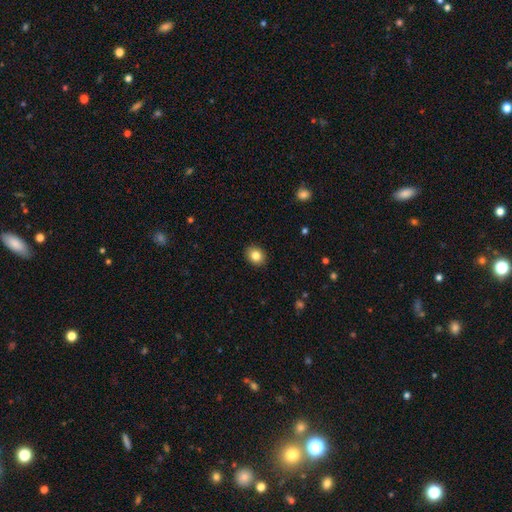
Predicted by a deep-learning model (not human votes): The model was most divided on "how rounded": round: 64%, in between: 35%, cigar-shaped: 1%. More confident: merging — none (91%); smooth or featured — smooth (84%).